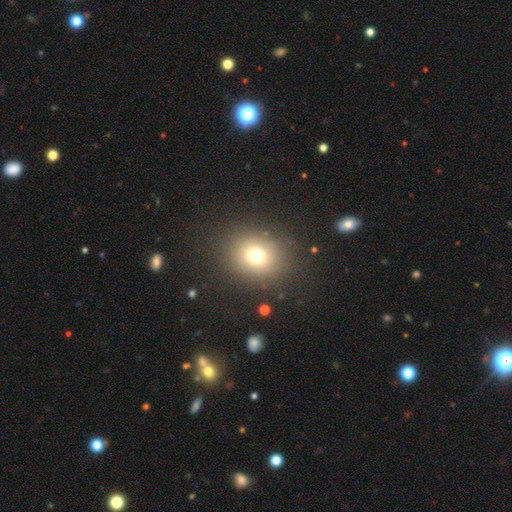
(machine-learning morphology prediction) Smooth or featured: smooth — 72% (star or artifact — 18%)
How rounded: round — 72% (in between — 27%)
Merging: none — 85% (minor disturbance — 8%)